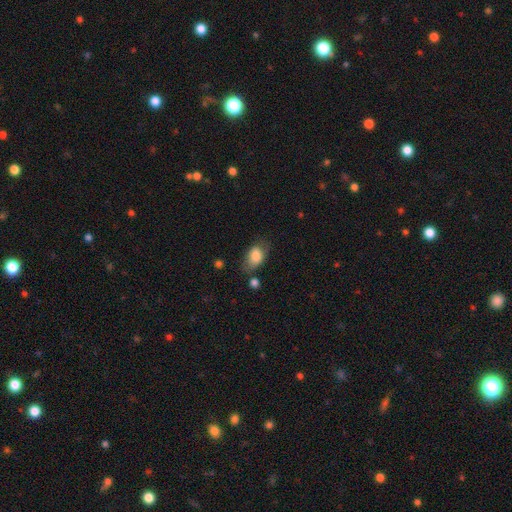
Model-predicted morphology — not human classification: Smooth or featured? smooth (79%)
How rounded? in between (87%)
Merging? none (53%)